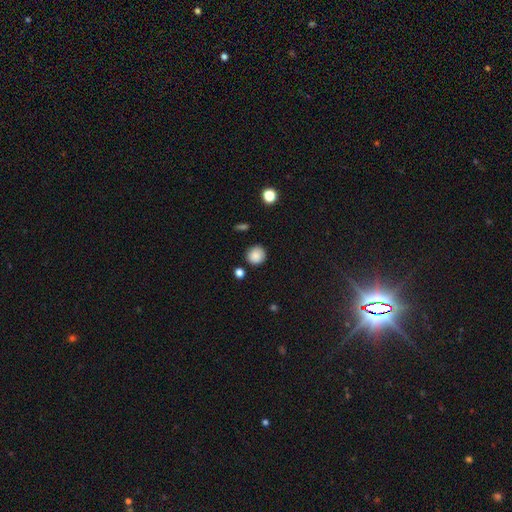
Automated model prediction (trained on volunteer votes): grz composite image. It shows a smooth galaxy with no disk features (86%) that is round (89%). Merging: none (85%).